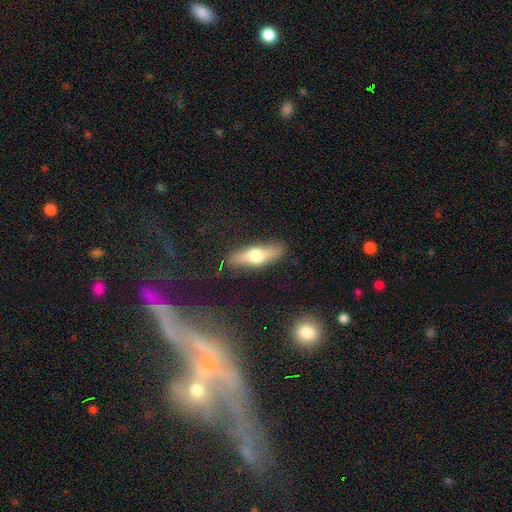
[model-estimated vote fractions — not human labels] Smooth or featured?
  - smooth: 53% *
  - featured or disk: 41%
  - star or artifact: 6%
How rounded?
  - cigar-shaped: 54% *
  - in between: 43%
  - round: 3%
Merging?
  - none: 85% *
  - minor disturbance: 11%
  - major disturbance: 3%
  - merger: 1%